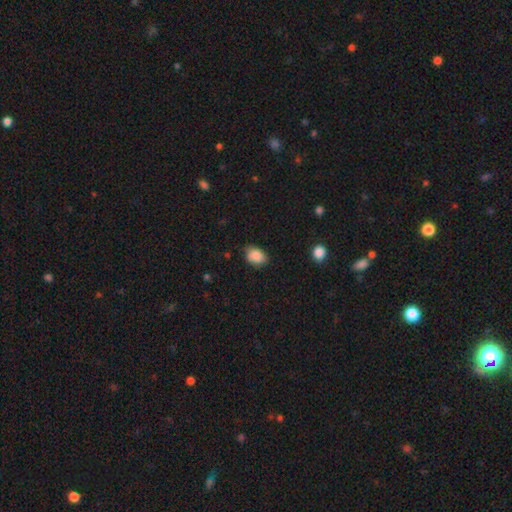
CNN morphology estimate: type=smooth (87%); roundness=in between (78%); merging=none (72%).